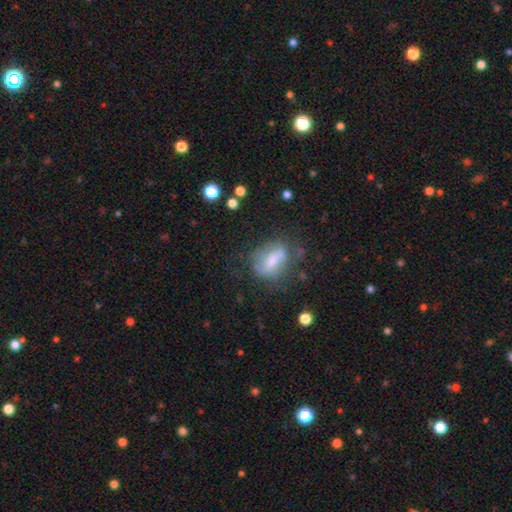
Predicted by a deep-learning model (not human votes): smooth-or-featured: smooth: 43% | featured or disk: 40% | star or artifact: 17%
  merging: none: 66% | minor disturbance: 20% | major disturbance: 11% | merger: 3%